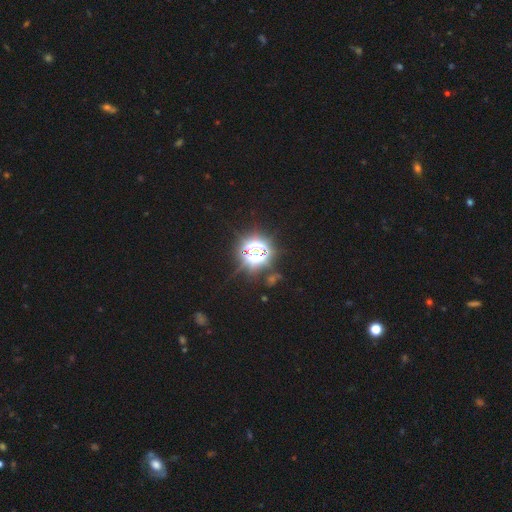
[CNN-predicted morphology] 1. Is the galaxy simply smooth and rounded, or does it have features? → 77% star or artifact, 15% smooth, 7% featured or disk.